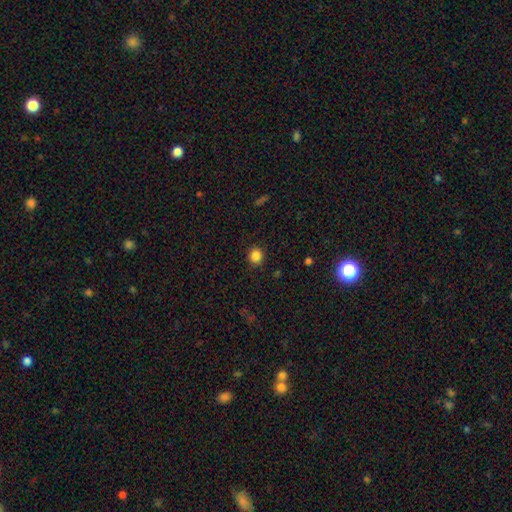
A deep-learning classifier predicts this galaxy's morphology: A smooth galaxy with no disk features (85%) that is round (89%). Merging: none (90%).